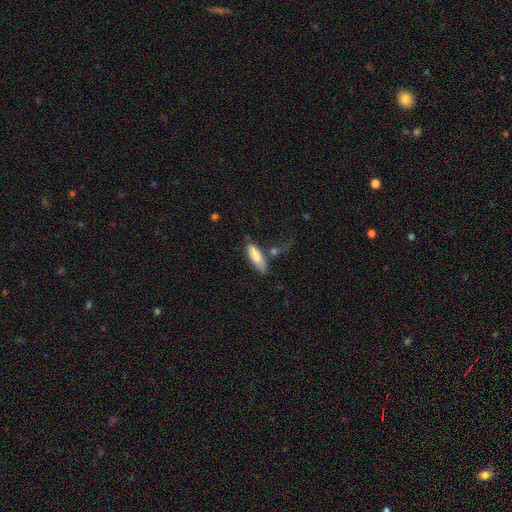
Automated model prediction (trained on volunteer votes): Morphology: type=smooth (79%); roundness=in between (56%); merging=none (52%).